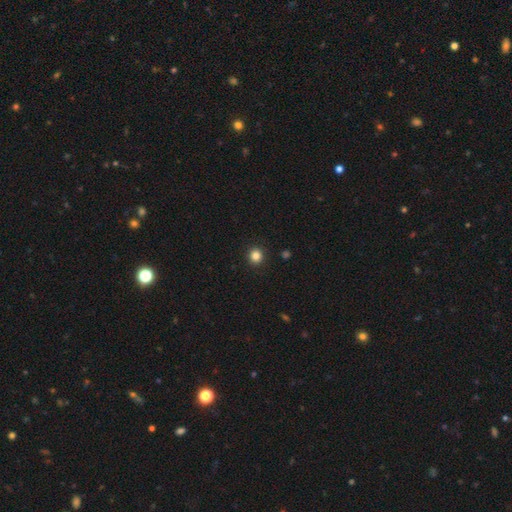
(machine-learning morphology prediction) Overall: smooth (85%). How rounded: round (89%). Merging: none (92%).